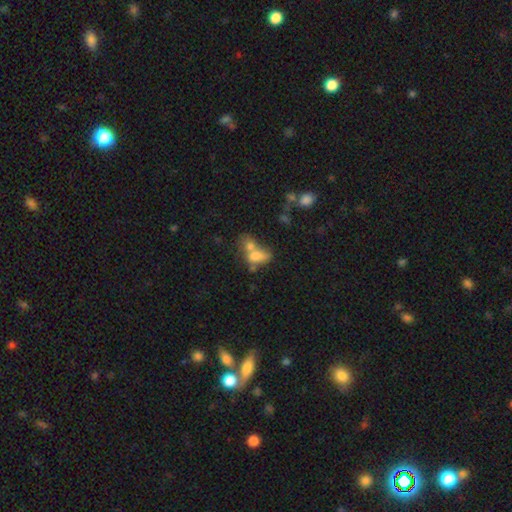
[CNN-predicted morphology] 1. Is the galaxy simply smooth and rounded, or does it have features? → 69% smooth, 19% featured or disk, 11% star or artifact.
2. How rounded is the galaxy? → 79% in between, 17% round, 5% cigar-shaped.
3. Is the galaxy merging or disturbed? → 63% merger, 18% none, 10% major disturbance, 9% minor disturbance.